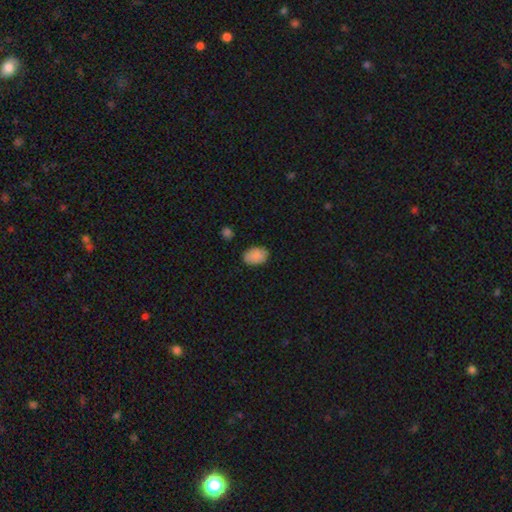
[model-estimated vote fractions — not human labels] The model was most divided on "how rounded": in between: 82%, round: 17%, cigar-shaped: 1%. More confident: smooth or featured — smooth (88%); merging — none (82%).